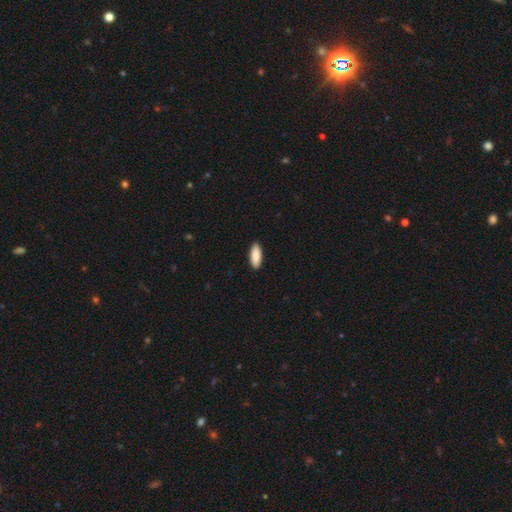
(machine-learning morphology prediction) Smooth or featured?
  - smooth: 90% *
  - star or artifact: 5%
  - featured or disk: 5%
How rounded?
  - in between: 80% *
  - cigar-shaped: 19%
  - round: 2%
Merging?
  - none: 91% *
  - minor disturbance: 7%
  - major disturbance: 1%
  - merger: 1%